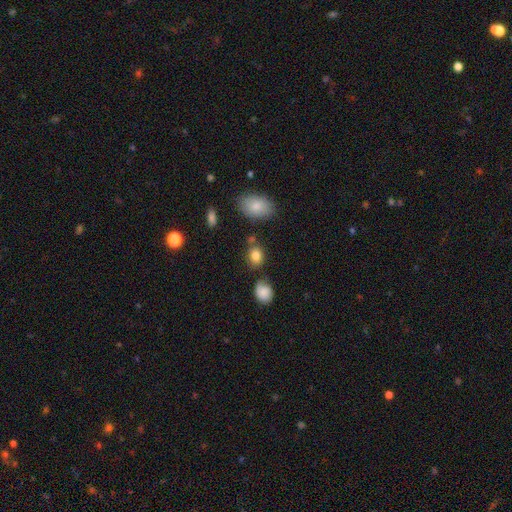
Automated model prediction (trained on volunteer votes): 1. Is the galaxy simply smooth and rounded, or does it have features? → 83% smooth, 10% star or artifact, 7% featured or disk.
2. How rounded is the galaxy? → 53% in between, 45% round, 1% cigar-shaped.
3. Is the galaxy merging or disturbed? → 71% none, 16% minor disturbance, 8% merger, 5% major disturbance.